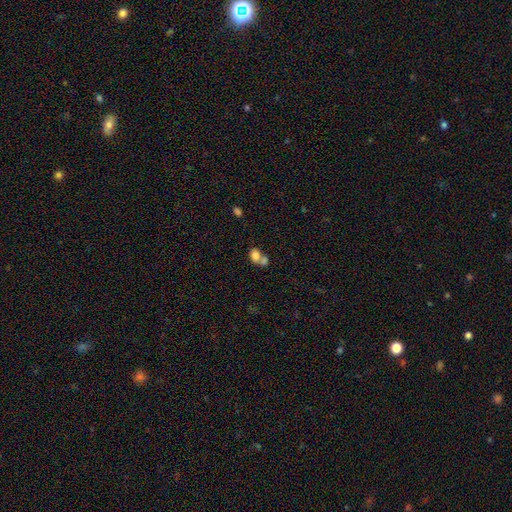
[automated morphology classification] This appears to be a smooth galaxy with no disk features (78%) that is in between round and cigar-shaped (64%). Merging: merger (60%).